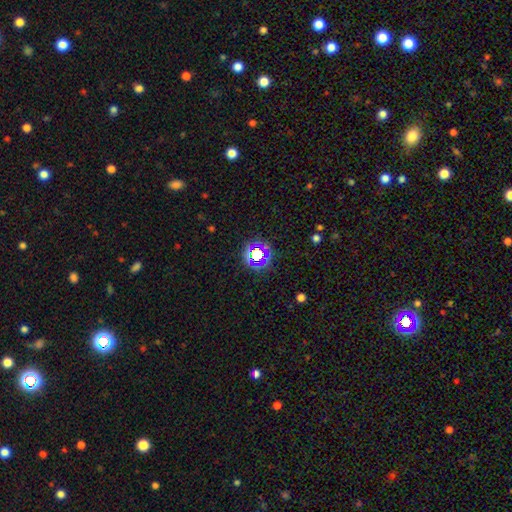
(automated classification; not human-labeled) star or artifact 63%, smooth 26%, featured or disk 11%.